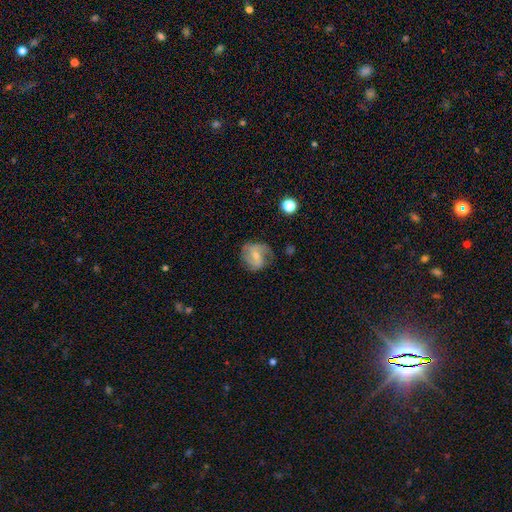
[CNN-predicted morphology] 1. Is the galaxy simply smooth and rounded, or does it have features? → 59% featured or disk, 33% smooth, 8% star or artifact.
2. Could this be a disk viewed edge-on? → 97% no, 3% yes.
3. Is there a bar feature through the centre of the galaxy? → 43% weak, 38% no, 19% strong.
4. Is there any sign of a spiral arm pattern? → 82% yes, 18% no.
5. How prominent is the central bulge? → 49% moderate, 46% small, 2% none, 2% large, 1% dominant.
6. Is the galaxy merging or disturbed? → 58% none, 26% minor disturbance, 14% major disturbance, 2% merger.